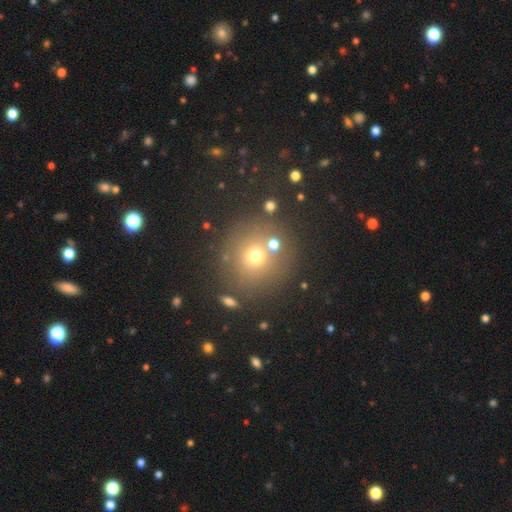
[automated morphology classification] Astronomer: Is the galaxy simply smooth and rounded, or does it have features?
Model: smooth — 64%.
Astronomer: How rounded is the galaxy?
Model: round — 91%.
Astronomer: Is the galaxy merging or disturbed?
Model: none — 77%.